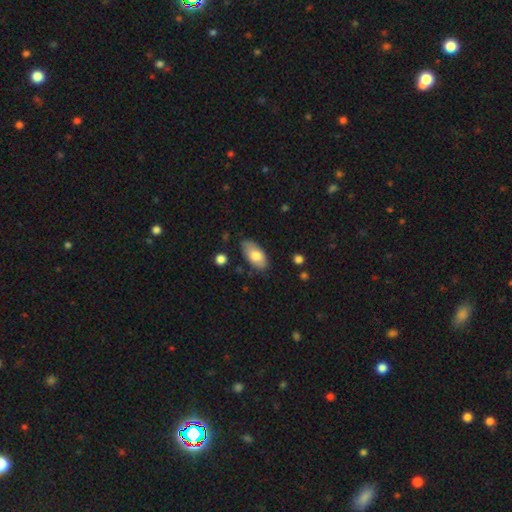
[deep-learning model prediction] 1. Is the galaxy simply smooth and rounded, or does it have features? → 77% smooth, 17% featured or disk, 6% star or artifact.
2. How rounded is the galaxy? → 93% in between, 4% cigar-shaped, 3% round.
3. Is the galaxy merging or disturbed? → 78% none, 17% minor disturbance, 3% major disturbance, 2% merger.